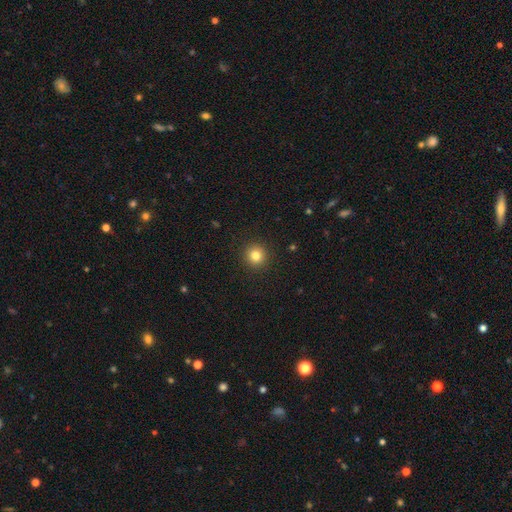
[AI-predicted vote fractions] Smooth or featured: smooth — 81% (star or artifact — 12%)
How rounded: round — 95% (in between — 4%)
Merging: none — 92% (minor disturbance — 5%)